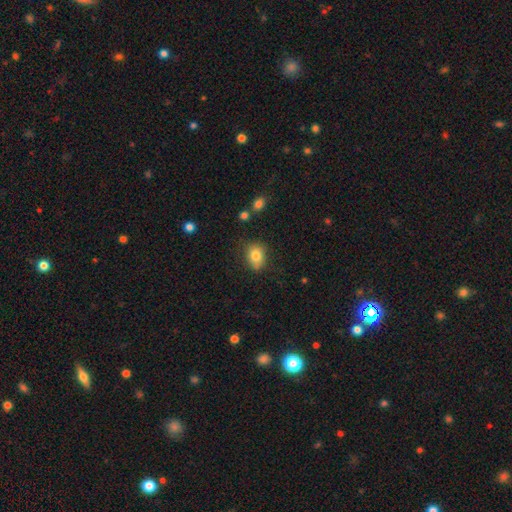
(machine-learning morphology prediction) smooth 81%, star or artifact 10%, featured or disk 9%. Down the decision tree: how rounded — round (51%); merging — none (71%).